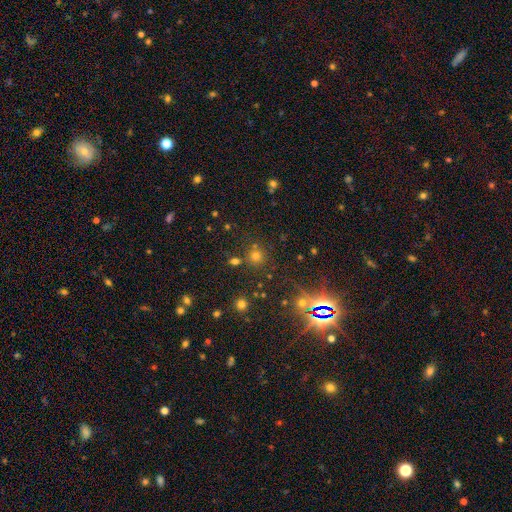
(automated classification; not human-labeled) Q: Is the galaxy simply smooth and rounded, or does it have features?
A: smooth — 47%.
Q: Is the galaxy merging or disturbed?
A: none — 76%.